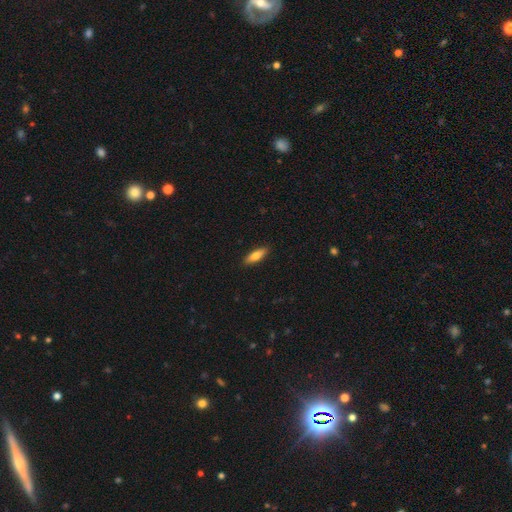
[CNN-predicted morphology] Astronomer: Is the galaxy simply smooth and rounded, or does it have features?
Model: smooth — 75%.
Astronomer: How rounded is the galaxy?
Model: in between — 50% (runner-up: cigar-shaped, 48%).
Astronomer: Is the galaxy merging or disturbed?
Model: none — 89%.